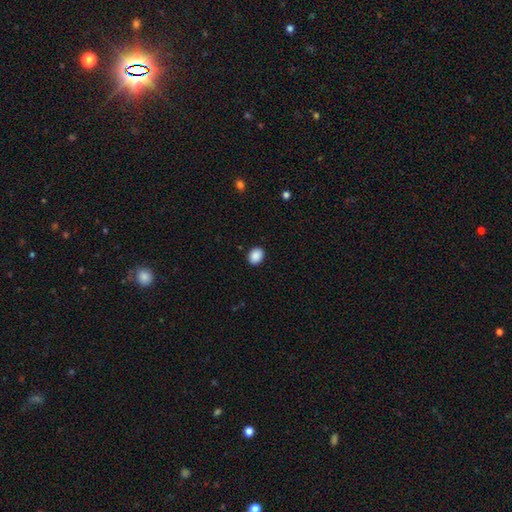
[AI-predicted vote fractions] Smooth or featured?
  - smooth: 90% *
  - star or artifact: 8%
  - featured or disk: 2%
How rounded?
  - in between: 57% *
  - round: 42%
  - cigar-shaped: 1%
Merging?
  - none: 90% *
  - minor disturbance: 7%
  - major disturbance: 2%
  - merger: 1%